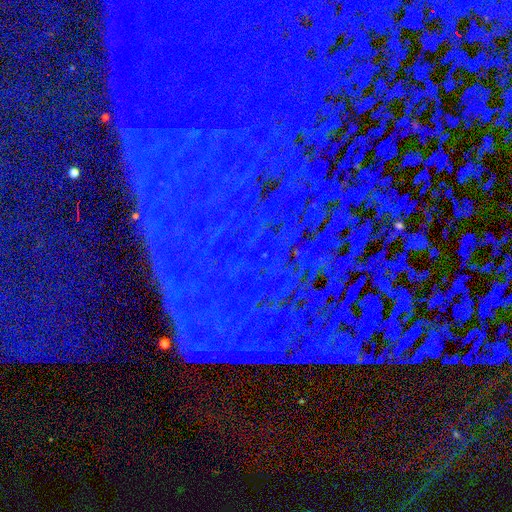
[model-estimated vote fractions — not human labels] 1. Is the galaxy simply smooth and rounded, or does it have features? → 86% star or artifact, 8% featured or disk, 6% smooth.